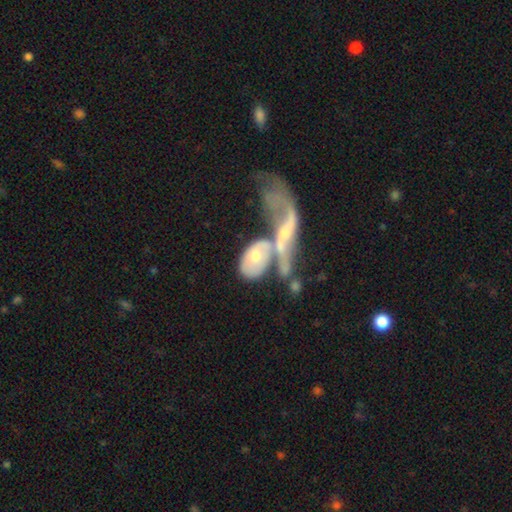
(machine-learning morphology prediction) Q: Smooth or featured?
A: featured or disk (50%); runner-up: smooth (44%)
Q: Edge-on disk?
A: no (85%); runner-up: yes (15%)
Q: Merging?
A: merger (62%); runner-up: none (15%)